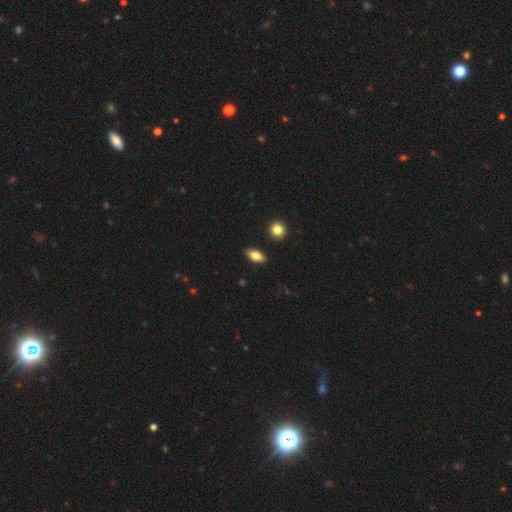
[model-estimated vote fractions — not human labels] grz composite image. It shows a smooth galaxy with no disk features (77%) that is in between round and cigar-shaped (86%). Merging: none (88%).